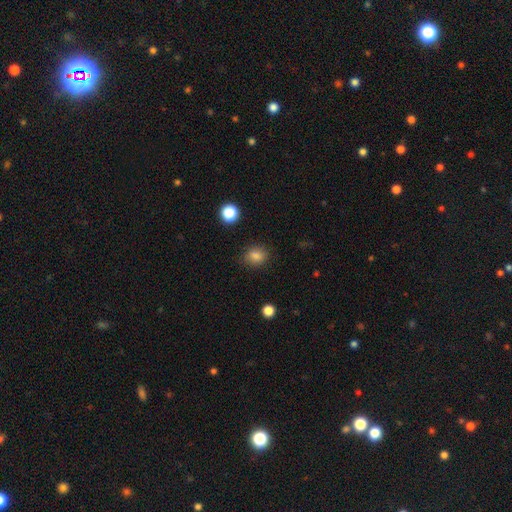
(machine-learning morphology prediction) Q: Smooth or featured?
A: smooth (85%); runner-up: star or artifact (11%)
Q: How rounded?
A: round (60%); runner-up: in between (39%)
Q: Merging?
A: none (84%); runner-up: minor disturbance (11%)